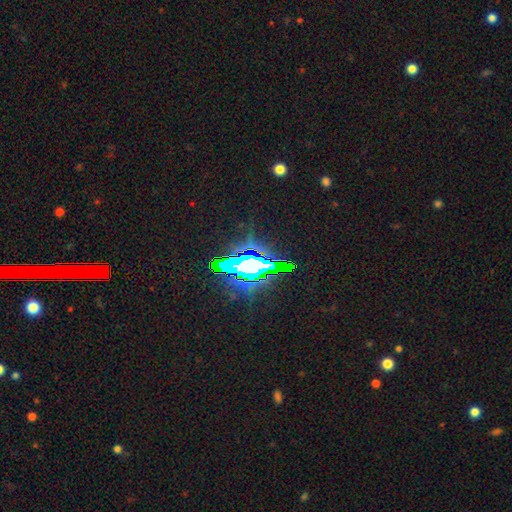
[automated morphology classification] The model was most divided on "smooth or featured": star or artifact: 71%, featured or disk: 16%, smooth: 13%.